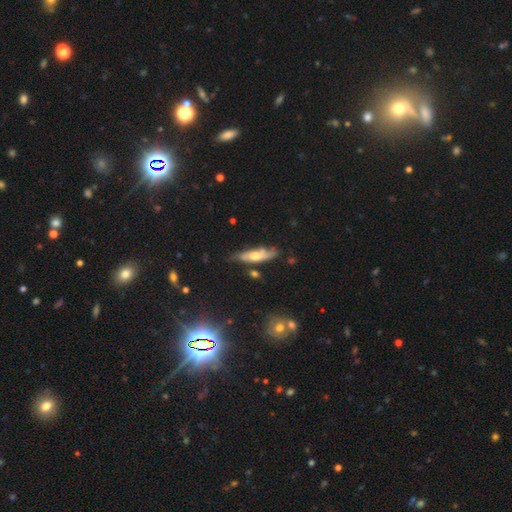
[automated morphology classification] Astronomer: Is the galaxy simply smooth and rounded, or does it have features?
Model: featured or disk — 53% (runner-up: smooth, 39%).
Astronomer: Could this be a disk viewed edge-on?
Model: yes — 53% (runner-up: no, 47%).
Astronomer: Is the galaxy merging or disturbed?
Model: none — 61%.